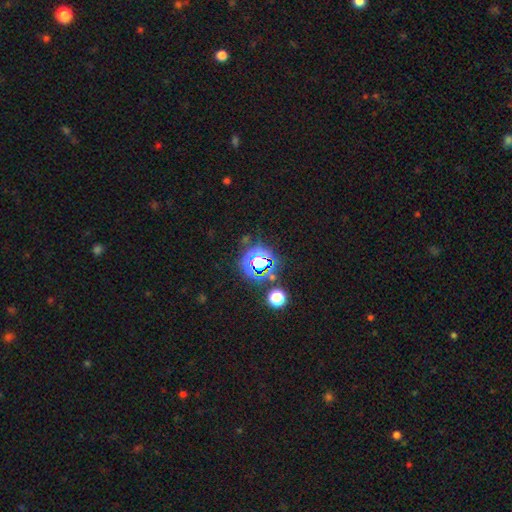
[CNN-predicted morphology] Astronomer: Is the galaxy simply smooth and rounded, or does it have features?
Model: star or artifact — 72%.